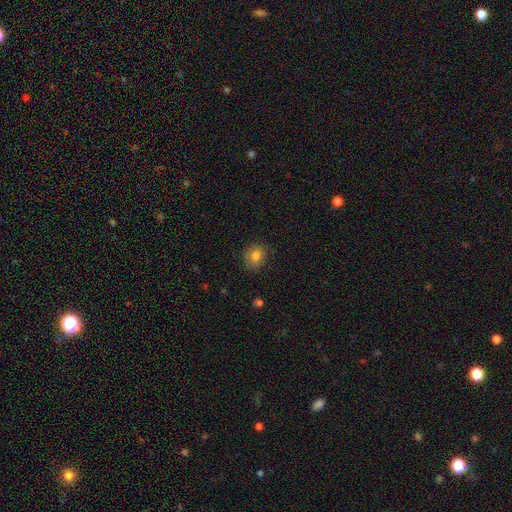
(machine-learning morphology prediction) Smooth or featured? smooth (82%)
How rounded? round (58%)
Merging? none (79%)